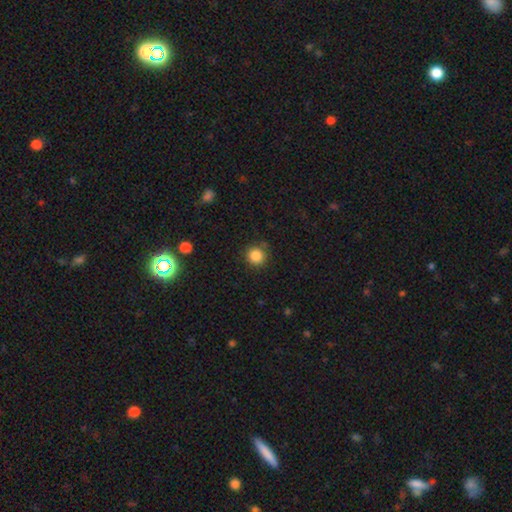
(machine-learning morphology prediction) The model was most divided on "smooth or featured": smooth: 85%, star or artifact: 11%, featured or disk: 4%. More confident: how rounded — round (94%); merging — none (85%).